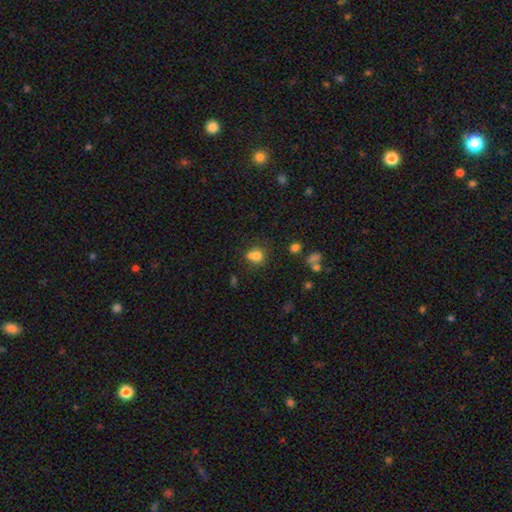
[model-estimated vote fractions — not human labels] smooth-or-featured: smooth: 77% | star or artifact: 13% | featured or disk: 10%
  how-rounded: round: 59% | in between: 39% | cigar-shaped: 1%
  merging: none: 45% | merger: 28% | minor disturbance: 19% | major disturbance: 8%